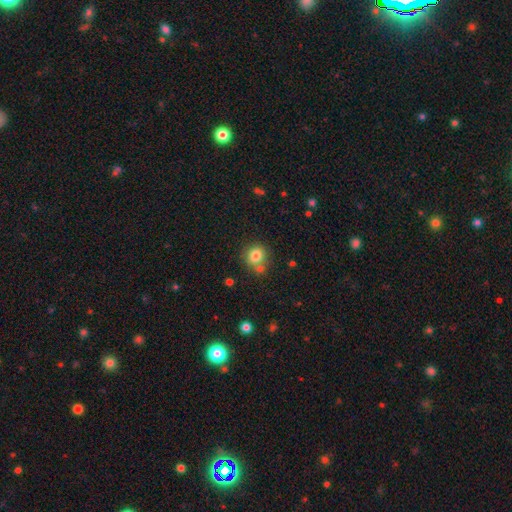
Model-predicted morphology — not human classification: A smooth galaxy with no disk features (81%) that is round (83%). Merging: none (66%).